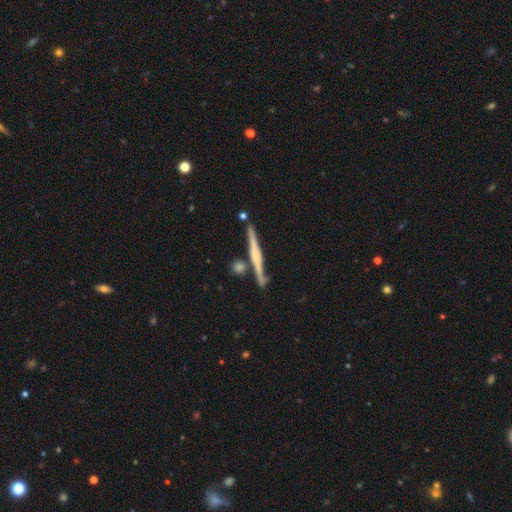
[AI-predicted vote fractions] smooth-or-featured: featured or disk: 73% | smooth: 21% | star or artifact: 6%
  disk-edge-on: yes: 98% | no: 2%
    edge-on-bulge: rounded: 61% | none: 20% | boxy: 19%
  merging: none: 81% | minor disturbance: 10% | merger: 7% | major disturbance: 2%